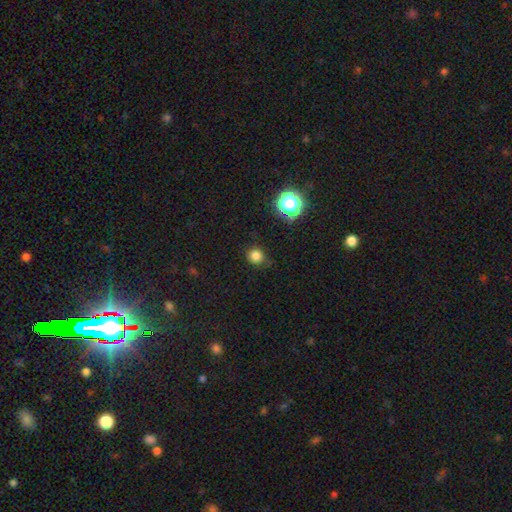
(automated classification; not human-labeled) Smooth or featured? smooth (80%)
How rounded? round (88%)
Merging? none (82%)